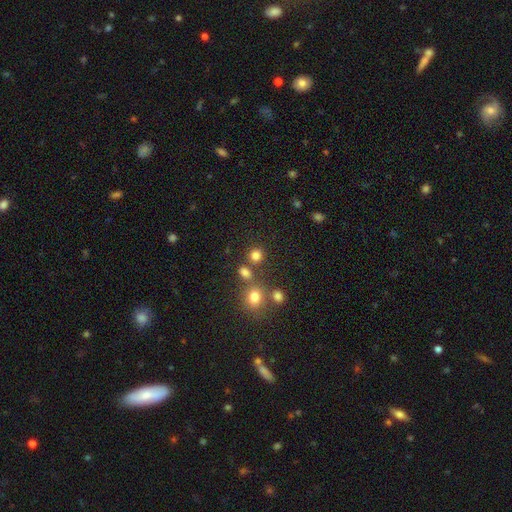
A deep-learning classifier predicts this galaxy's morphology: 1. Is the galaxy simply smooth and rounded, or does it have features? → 78% smooth, 16% star or artifact, 6% featured or disk.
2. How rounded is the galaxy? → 84% round, 15% in between, 1% cigar-shaped.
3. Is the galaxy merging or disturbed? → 71% none, 16% merger, 8% minor disturbance, 4% major disturbance.